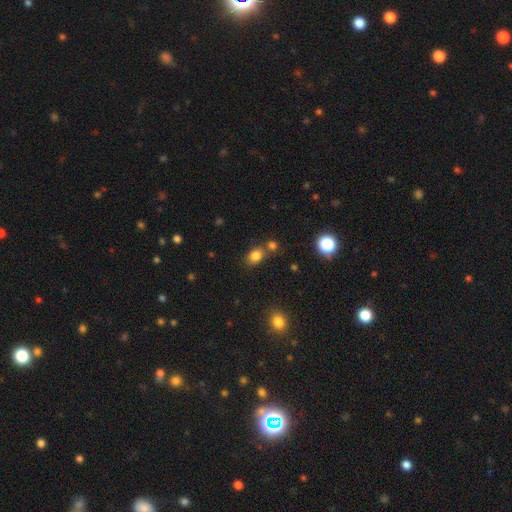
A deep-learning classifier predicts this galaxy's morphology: A smooth galaxy with no disk features (81%) that is in between round and cigar-shaped (61%).

Vote fractions:
- Smooth or featured? smooth: 81% / star or artifact: 13% / featured or disk: 6%
- How rounded? in between: 61% / round: 37% / cigar-shaped: 1%
- Merging? none: 63% / merger: 21% / minor disturbance: 12% / major disturbance: 4%